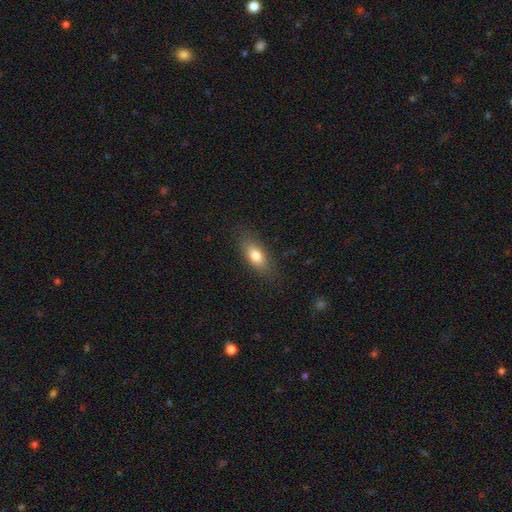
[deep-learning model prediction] Smooth or featured: smooth — 79% (featured or disk — 14%)
How rounded: in between — 83% (cigar-shaped — 12%)
Merging: none — 81% (minor disturbance — 14%)